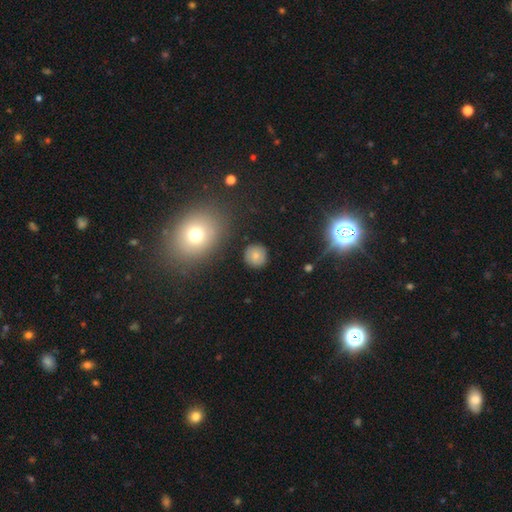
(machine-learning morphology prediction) Smooth or featured? Predicted: smooth (p=0.76). How rounded? Predicted: round (p=0.91). Merging? Predicted: none (p=0.86).